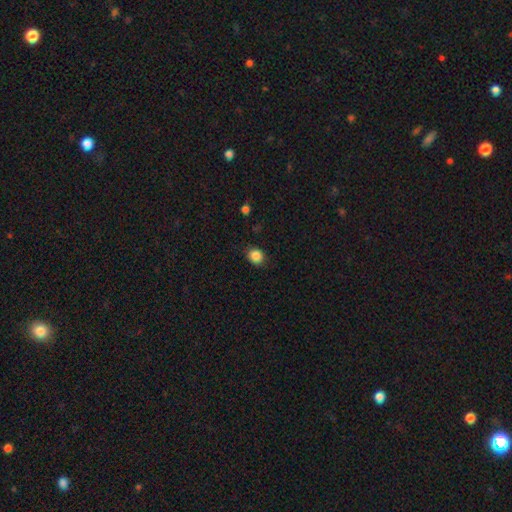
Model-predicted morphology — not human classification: Smooth or featured? smooth (86%)
How rounded? round (72%)
Merging? none (85%)